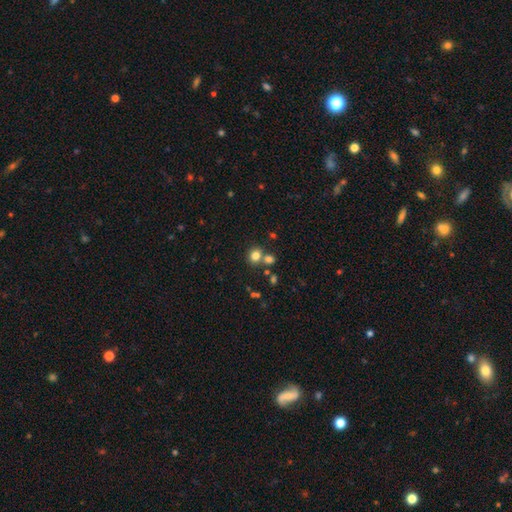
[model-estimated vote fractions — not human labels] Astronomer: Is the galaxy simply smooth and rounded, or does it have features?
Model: smooth — 79%.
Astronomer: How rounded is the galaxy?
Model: round — 77%.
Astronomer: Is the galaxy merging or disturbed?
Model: none — 62%.